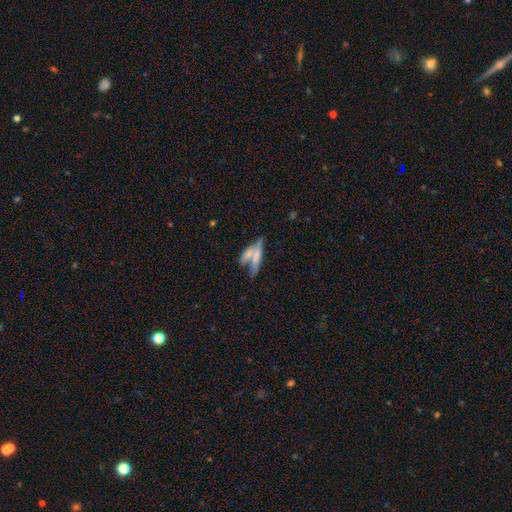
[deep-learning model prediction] This is possibly a smooth galaxy (55%). How rounded: likely cigar-shaped (61%). Merging: possibly merger (55%).